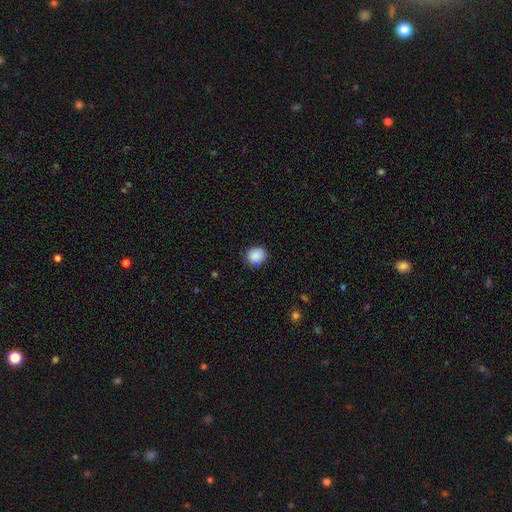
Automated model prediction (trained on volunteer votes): A smooth galaxy with no disk features (87%) that is round (76%). Merging: none (80%).